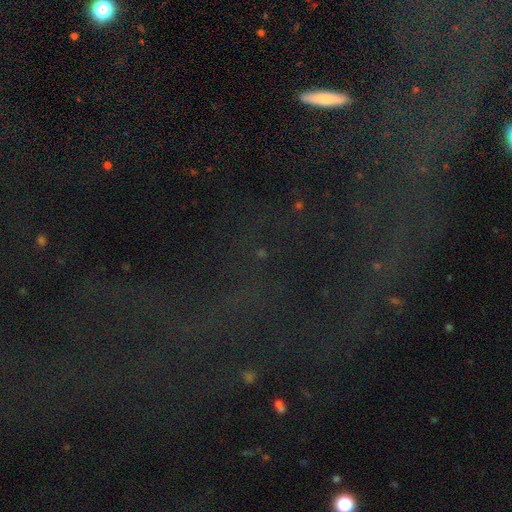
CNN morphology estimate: smooth-or-featured: star or artifact: 70% | smooth: 16% | featured or disk: 15%